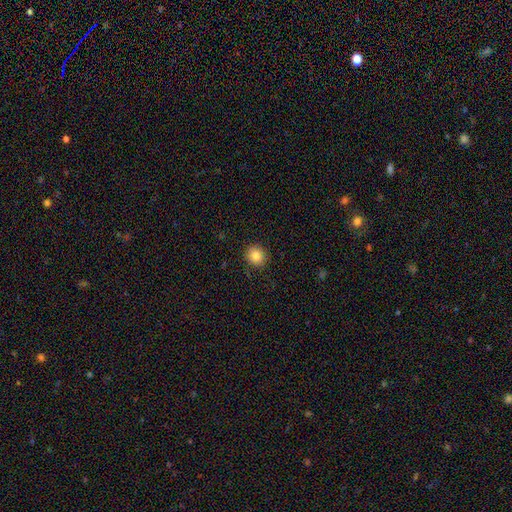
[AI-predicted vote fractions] This appears to be a smooth galaxy with no disk features (84%) that is round (85%). Merging: none (90%).